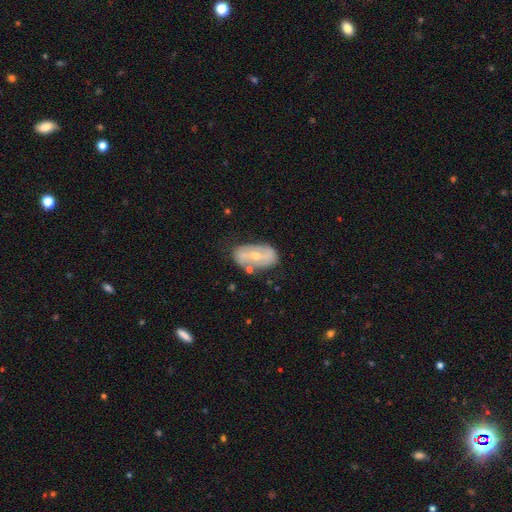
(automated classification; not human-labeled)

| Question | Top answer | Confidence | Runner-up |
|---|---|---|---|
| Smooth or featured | featured or disk | 69% | smooth (25%) |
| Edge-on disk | no | 92% | yes (8%) |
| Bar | strong | 35% | no (33%) |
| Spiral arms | yes | 61% | no (39%) |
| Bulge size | moderate | 49% | small (48%) |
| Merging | none | 67% | minor disturbance (21%) |